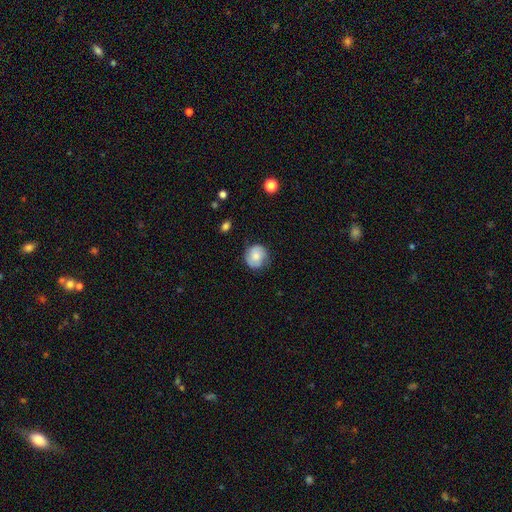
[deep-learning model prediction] smooth_or_featured: smooth (p=0.68) [alt: featured or disk p=0.24]
how_rounded: round (p=0.83) [alt: in between p=0.16]
merging: none (p=0.71) [alt: minor disturbance p=0.22]